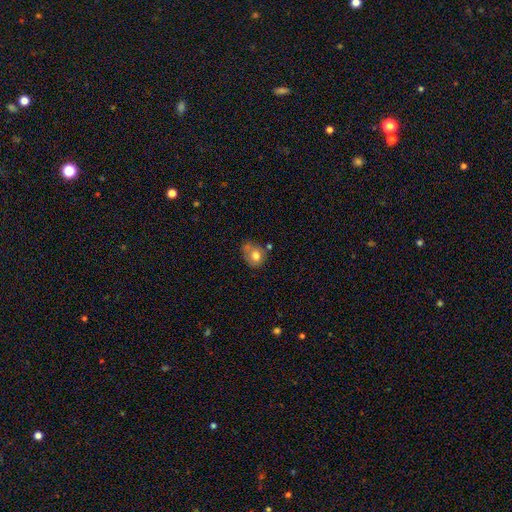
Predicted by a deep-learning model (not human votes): Q: Smooth or featured?
A: smooth (74%); runner-up: featured or disk (16%)
Q: How rounded?
A: round (63%); runner-up: in between (37%)
Q: Merging?
A: none (45%); runner-up: merger (24%)